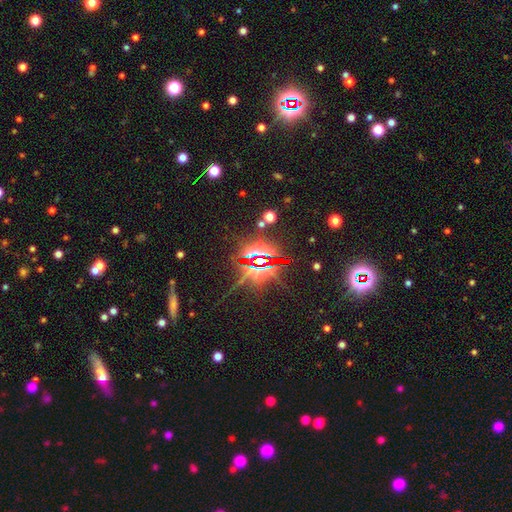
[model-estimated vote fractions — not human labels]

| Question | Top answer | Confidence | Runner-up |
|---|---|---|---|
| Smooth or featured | star or artifact | 82% | featured or disk (9%) |